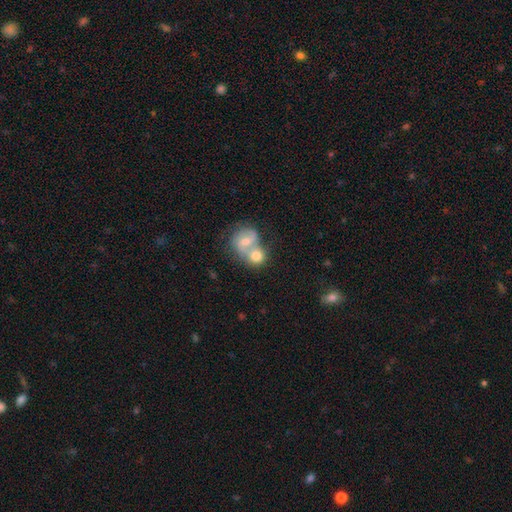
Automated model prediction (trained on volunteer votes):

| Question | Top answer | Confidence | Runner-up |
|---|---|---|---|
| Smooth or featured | smooth | 62% | featured or disk (30%) |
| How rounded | round | 68% | in between (31%) |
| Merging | merger | 71% | none (19%) |